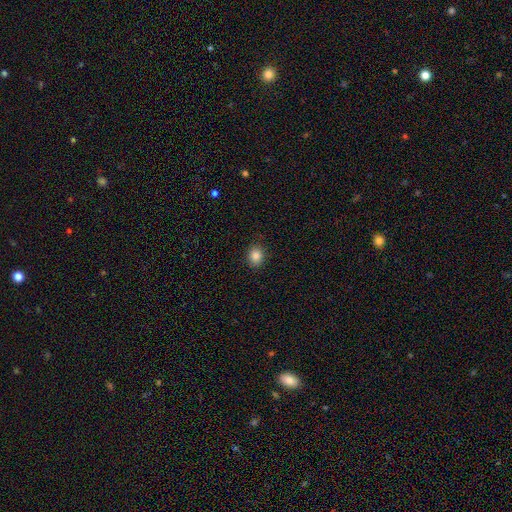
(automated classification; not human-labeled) smooth_or_featured: smooth (p=0.85) [alt: star or artifact p=0.11]
how_rounded: round (p=0.60) [alt: in between p=0.39]
merging: none (p=0.89) [alt: minor disturbance p=0.08]